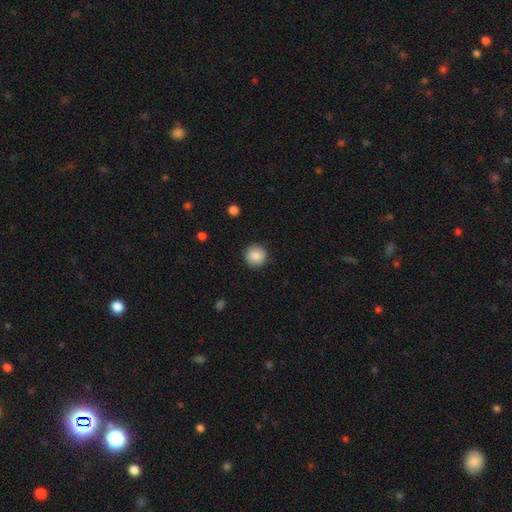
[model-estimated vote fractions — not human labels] smooth 87%, star or artifact 8%, featured or disk 5%. Down the decision tree: how rounded — round (95%); merging — none (90%).